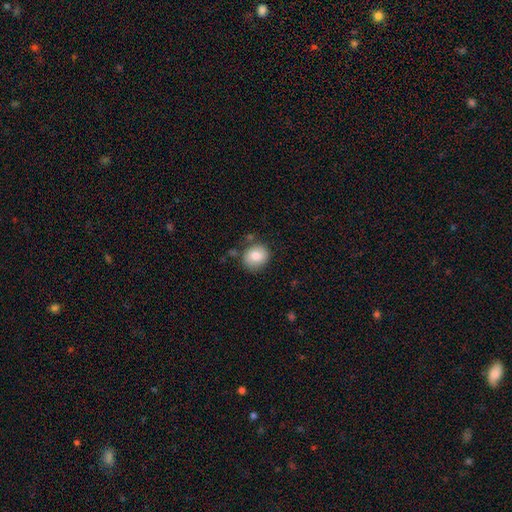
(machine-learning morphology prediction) This appears to be a smooth galaxy with no disk features (77%) that is round (73%). Merging: none (75%).